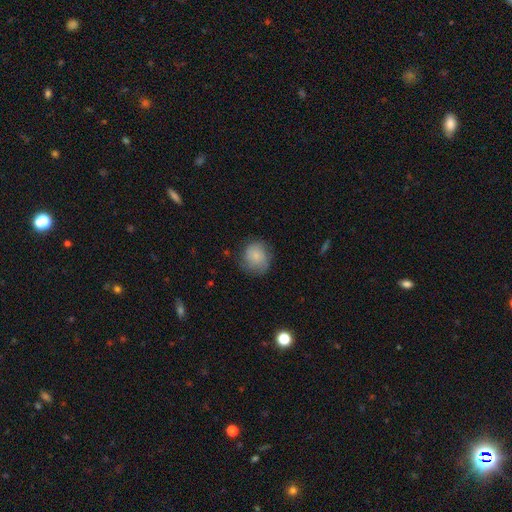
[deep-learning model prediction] This is likely a smooth galaxy (76%). How rounded: clearly round (84%). Merging: likely none (67%).